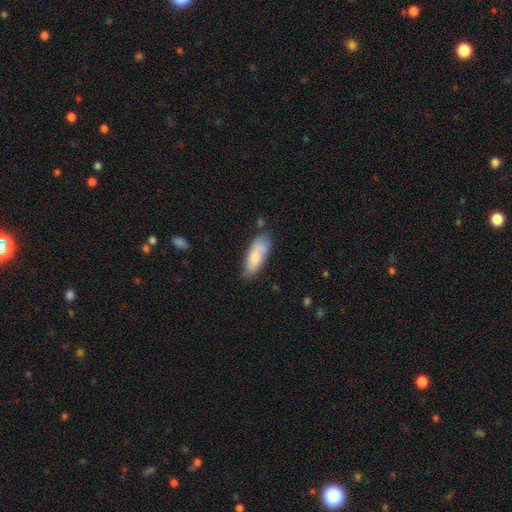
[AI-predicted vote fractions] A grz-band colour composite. It shows a smooth galaxy with no disk features (76%) that is in between round and cigar-shaped (74%). Merging: none (67%).